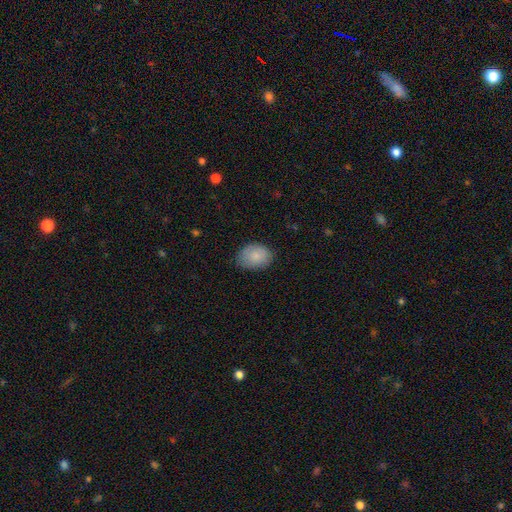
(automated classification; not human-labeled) A smooth galaxy with no disk features (86%) that is in between round and cigar-shaped (81%).

Vote fractions:
- Smooth or featured? smooth: 86% / featured or disk: 8% / star or artifact: 7%
- How rounded? in between: 81% / round: 18% / cigar-shaped: 1%
- Merging? none: 77% / minor disturbance: 19% / major disturbance: 4% / merger: 1%